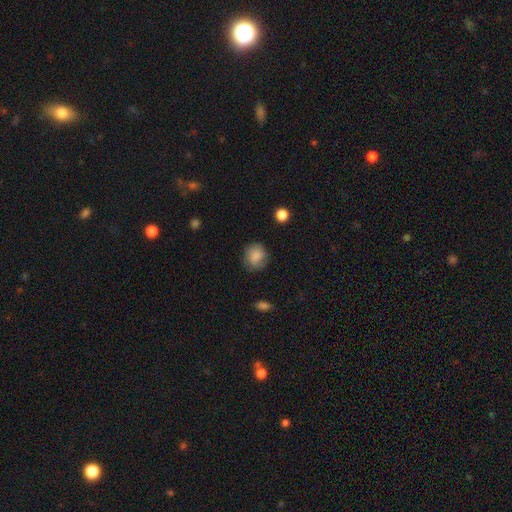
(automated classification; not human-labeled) Smooth or featured? Predicted: smooth (p=0.82). How rounded? Predicted: round (p=0.78). Merging? Predicted: none (p=0.72).